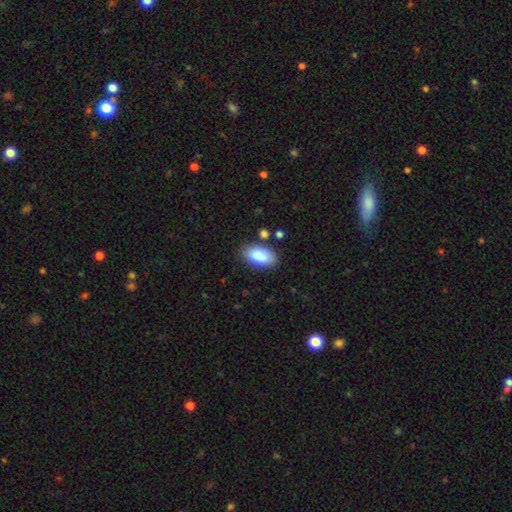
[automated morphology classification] This appears to be a smooth galaxy with no disk features (87%) that is in between round and cigar-shaped (95%). Merging: none (80%).